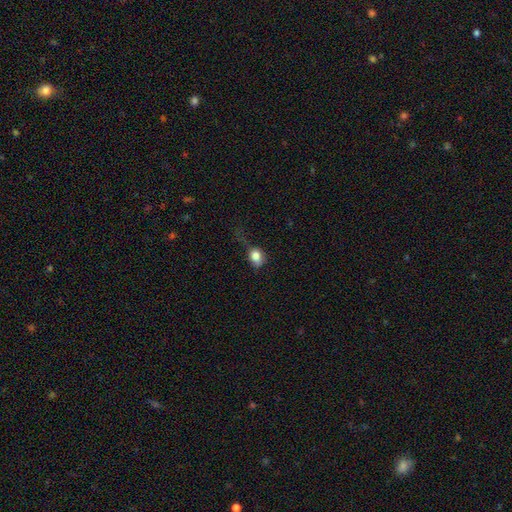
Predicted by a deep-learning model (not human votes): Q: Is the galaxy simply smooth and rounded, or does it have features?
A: smooth — 80%.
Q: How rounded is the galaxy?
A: round — 50%.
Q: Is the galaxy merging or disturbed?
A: major disturbance — 35%.